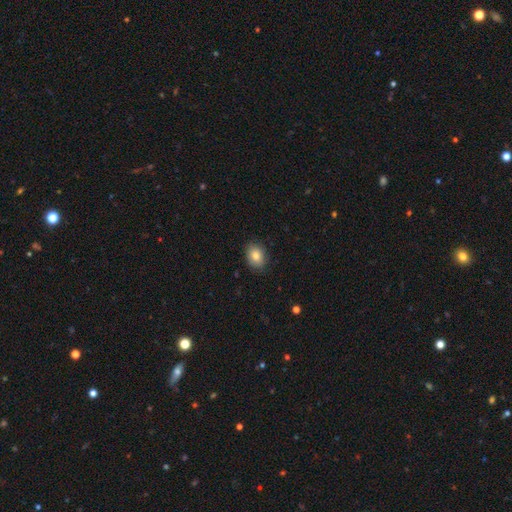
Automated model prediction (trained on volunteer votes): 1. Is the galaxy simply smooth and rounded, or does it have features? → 83% smooth, 9% star or artifact, 8% featured or disk.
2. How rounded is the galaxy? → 59% in between, 40% round, 1% cigar-shaped.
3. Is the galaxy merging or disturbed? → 87% none, 10% minor disturbance, 2% major disturbance, 1% merger.